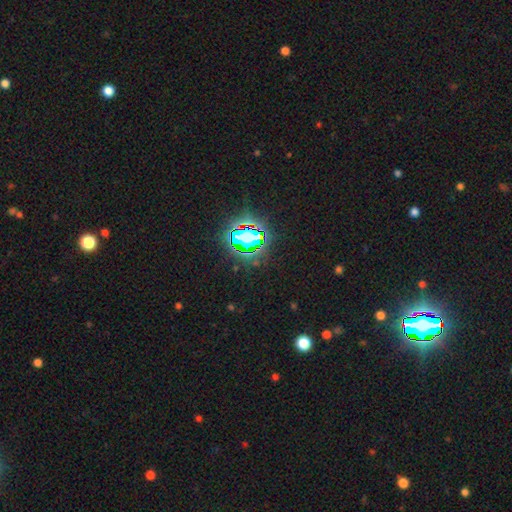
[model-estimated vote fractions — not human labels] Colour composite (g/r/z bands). It shows a star or artifact, not a galaxy (82%).